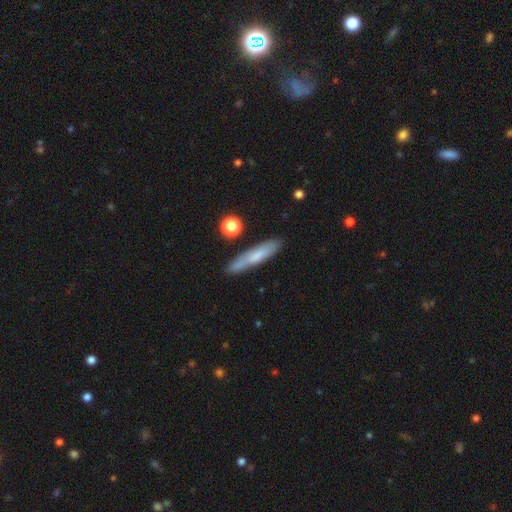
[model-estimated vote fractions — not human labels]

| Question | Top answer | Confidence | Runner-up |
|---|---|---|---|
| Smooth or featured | smooth | 66% | featured or disk (27%) |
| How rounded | cigar-shaped | 87% | in between (11%) |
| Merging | none | 78% | minor disturbance (15%) |